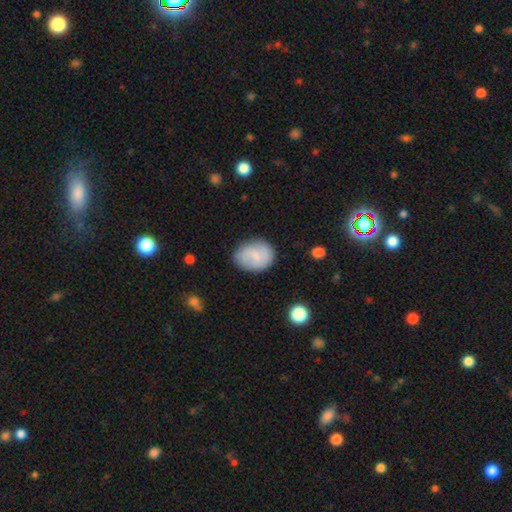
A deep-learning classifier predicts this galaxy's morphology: This appears to be a smooth galaxy with no disk features (59%) that is in between round and cigar-shaped (50%). Merging: none (76%).